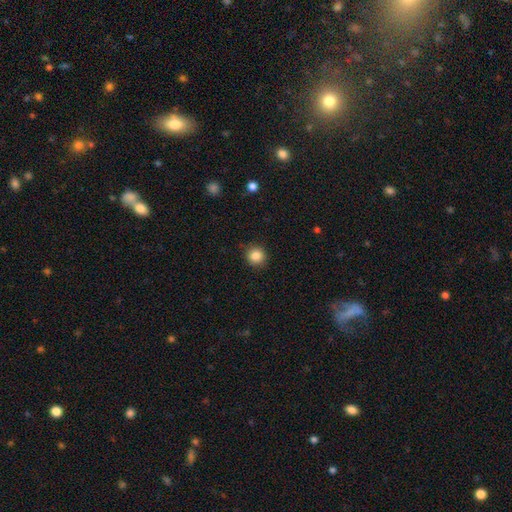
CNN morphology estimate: The model was most divided on "smooth or featured": smooth: 86%, star or artifact: 10%, featured or disk: 4%. More confident: how rounded — round (93%); merging — none (89%).